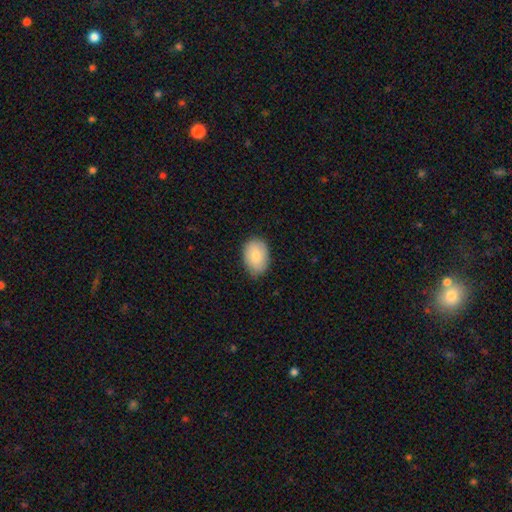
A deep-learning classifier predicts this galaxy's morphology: Smooth or featured? smooth (82%)
How rounded? in between (82%)
Merging? none (80%)